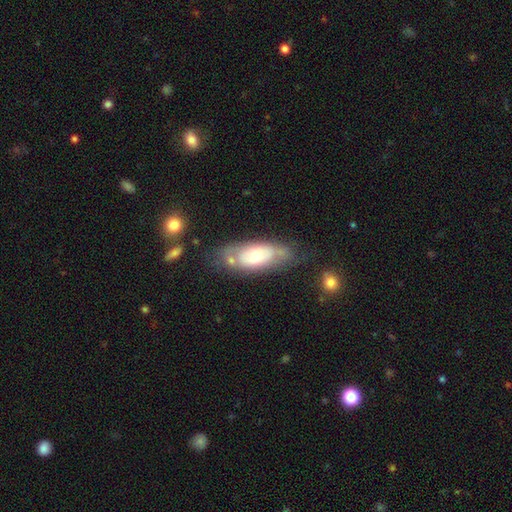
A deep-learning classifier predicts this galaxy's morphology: smooth-or-featured: featured or disk: 49% | smooth: 44% | star or artifact: 7%
  merging: none: 57% | minor disturbance: 24% | merger: 10% | major disturbance: 9%